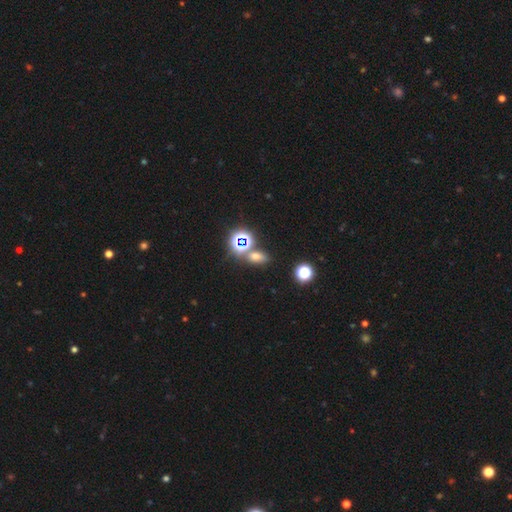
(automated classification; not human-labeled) The model was most divided on "smooth or featured": smooth: 53%, star or artifact: 36%, featured or disk: 11%. More confident: merging — none (72%); how rounded — in between (71%).